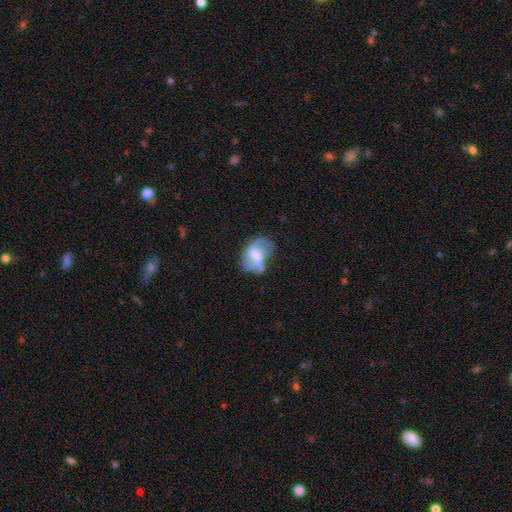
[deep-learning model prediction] Q: Smooth or featured?
A: featured or disk (66%); runner-up: smooth (26%)
Q: Edge-on disk?
A: no (97%); runner-up: yes (3%)
Q: Bar?
A: weak (47%); runner-up: no (36%)
Q: Spiral arms?
A: yes (79%); runner-up: no (21%)
Q: Spiral winding?
A: loose (55%); runner-up: medium (34%)
Q: Spiral arm count?
A: 2 (71%); runner-up: can't tell (12%)
Q: Bulge size?
A: moderate (43%); runner-up: small (34%)
Q: Merging?
A: none (41%); runner-up: minor disturbance (28%)